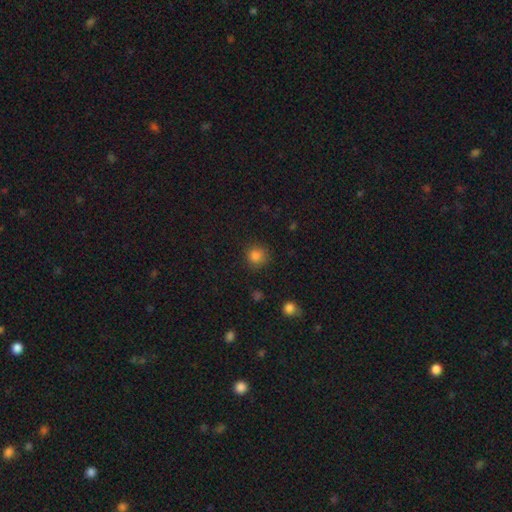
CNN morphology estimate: Smooth or featured: smooth — 83% (star or artifact — 12%)
How rounded: round — 92% (in between — 7%)
Merging: none — 86% (minor disturbance — 9%)